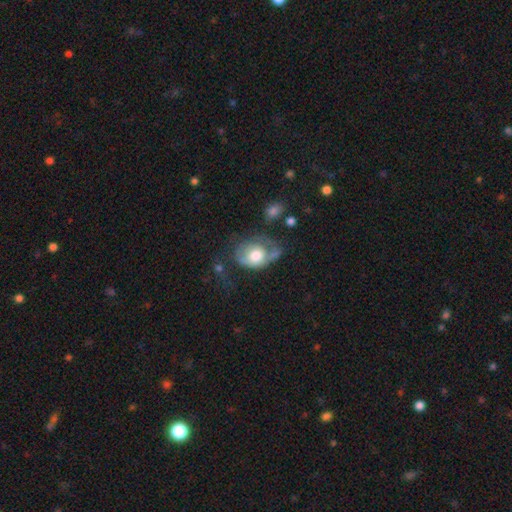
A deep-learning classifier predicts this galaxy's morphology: This is possibly a smooth galaxy (58%). How rounded: likely in between (61%). Merging: marginally major disturbance (36%).